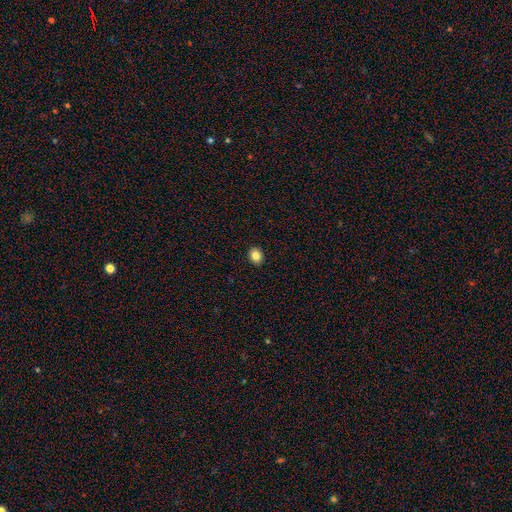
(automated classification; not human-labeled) Smooth or featured? smooth (83%)
How rounded? round (61%)
Merging? none (92%)